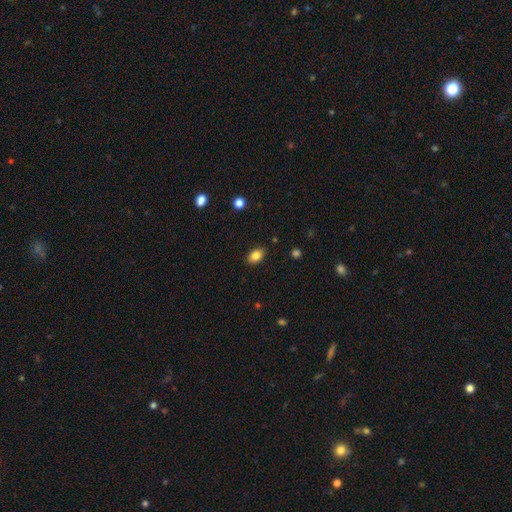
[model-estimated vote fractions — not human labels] This appears to be a smooth galaxy with no disk features (84%) that is in between round and cigar-shaped (84%). Merging: none (87%).